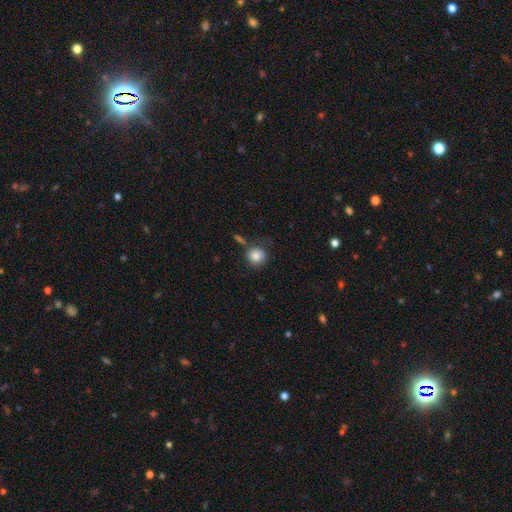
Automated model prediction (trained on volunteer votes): Smooth or featured? smooth (84%)
How rounded? round (90%)
Merging? none (70%)